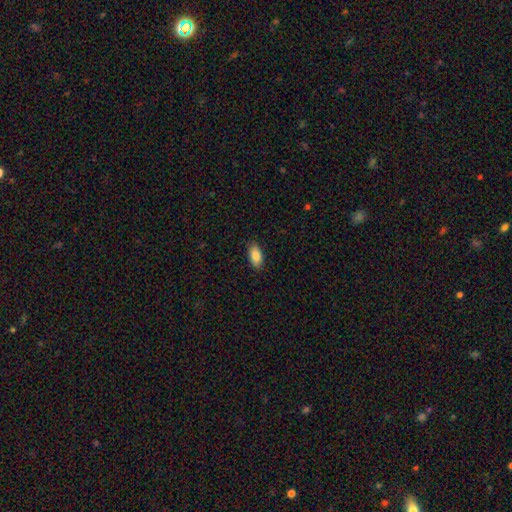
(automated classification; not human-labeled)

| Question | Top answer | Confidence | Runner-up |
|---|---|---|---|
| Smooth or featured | smooth | 87% | star or artifact (7%) |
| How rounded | in between | 93% | cigar-shaped (4%) |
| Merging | none | 88% | minor disturbance (9%) |